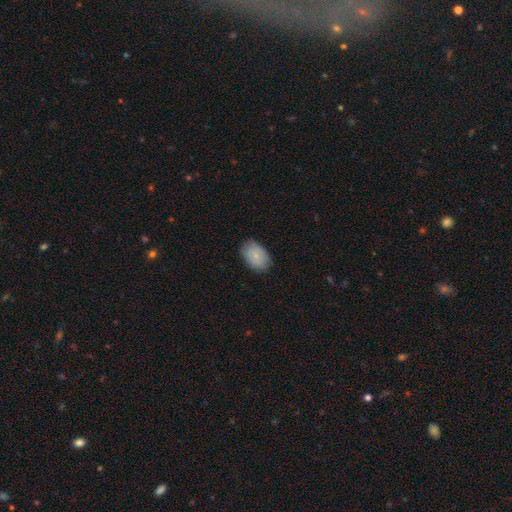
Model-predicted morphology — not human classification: This is likely a smooth galaxy (78%). How rounded: clearly in between (84%). Merging: clearly none (80%).